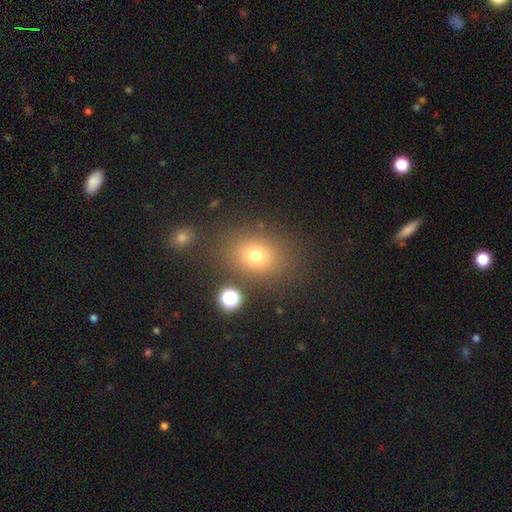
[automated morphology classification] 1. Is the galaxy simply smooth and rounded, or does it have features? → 73% smooth, 17% star or artifact, 10% featured or disk.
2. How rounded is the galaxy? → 57% in between, 42% round, 1% cigar-shaped.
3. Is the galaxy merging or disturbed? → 80% none, 10% minor disturbance, 5% merger, 4% major disturbance.